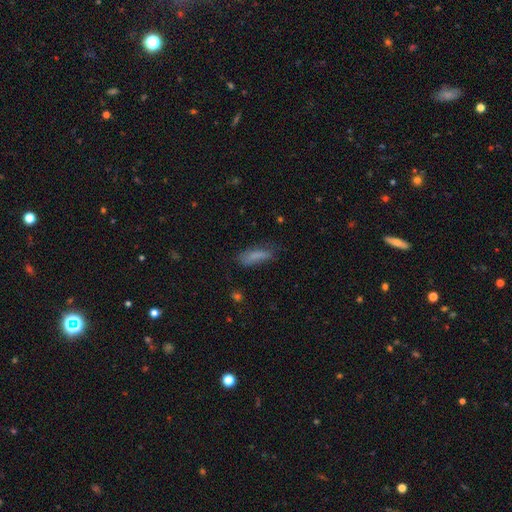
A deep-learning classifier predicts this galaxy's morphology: Smooth or featured: smooth — 77% (featured or disk — 13%)
How rounded: in between — 57% (cigar-shaped — 41%)
Merging: none — 60% (minor disturbance — 27%)